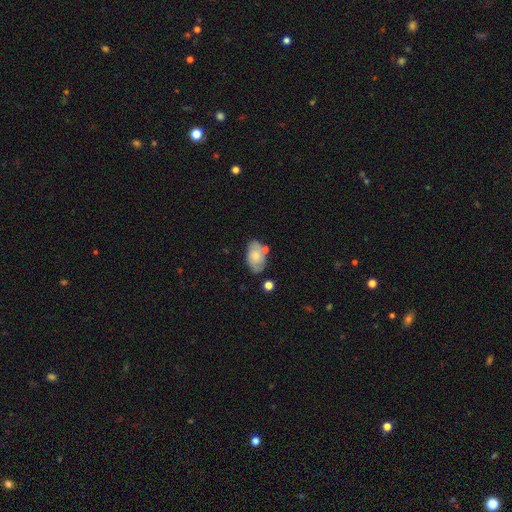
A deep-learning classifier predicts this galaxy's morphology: smooth 62%, featured or disk 31%, star or artifact 7%. Down the decision tree: how rounded — in between (91%); merging — none (64%).